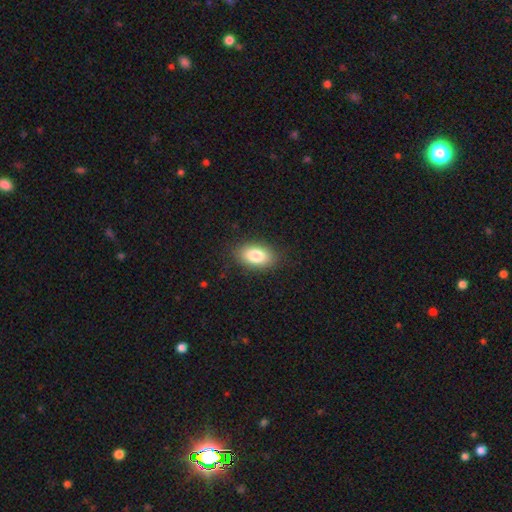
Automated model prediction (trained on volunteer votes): smooth 84%, featured or disk 8%, star or artifact 8%. Down the decision tree: how rounded — in between (91%); merging — none (86%).